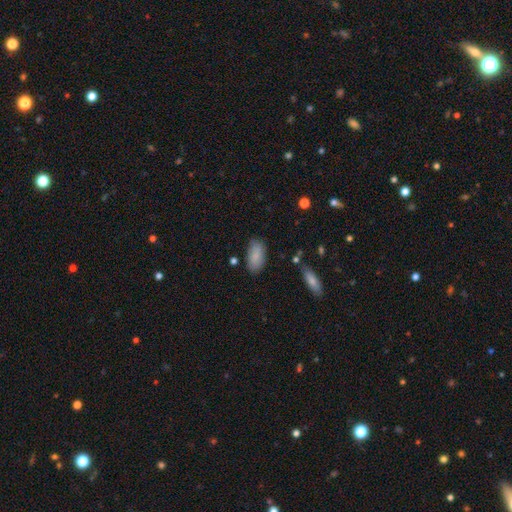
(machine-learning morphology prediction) A smooth galaxy with no disk features (85%) that is in between round and cigar-shaped (94%).

Vote fractions:
- Smooth or featured? smooth: 85% / featured or disk: 9% / star or artifact: 6%
- How rounded? in between: 94% / cigar-shaped: 4% / round: 3%
- Merging? none: 79% / minor disturbance: 15% / major disturbance: 3% / merger: 3%